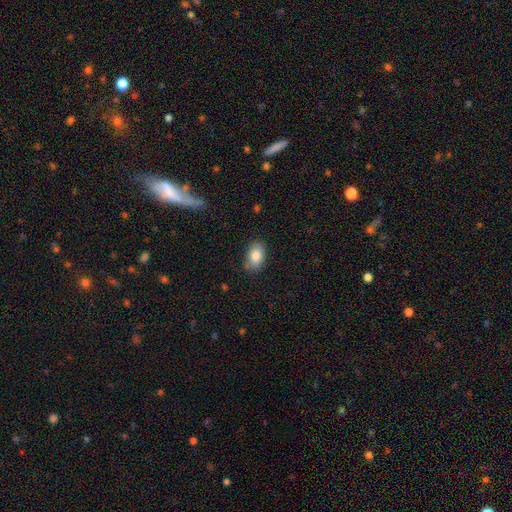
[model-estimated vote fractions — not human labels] Smooth or featured? smooth (84%)
How rounded? in between (90%)
Merging? none (82%)